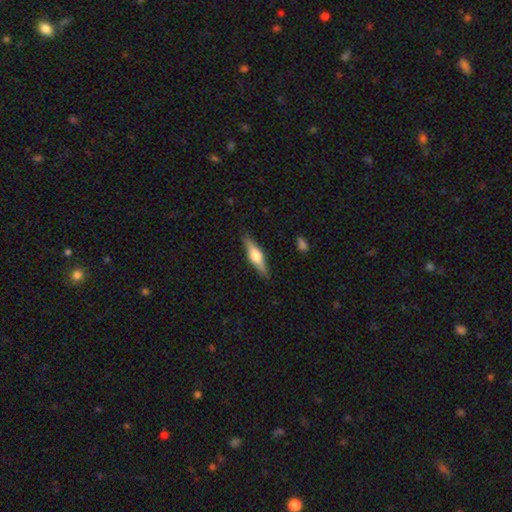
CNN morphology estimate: type=featured or disk (57%); edge-on=yes (95%); edge-on bulge=rounded (92%); merging=none (88%).